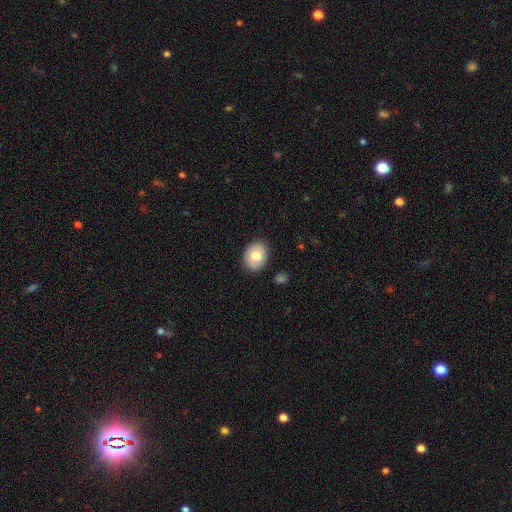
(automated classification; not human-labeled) Smooth or featured: smooth — 77% (featured or disk — 16%)
How rounded: in between — 58% (round — 41%)
Merging: none — 85% (minor disturbance — 11%)